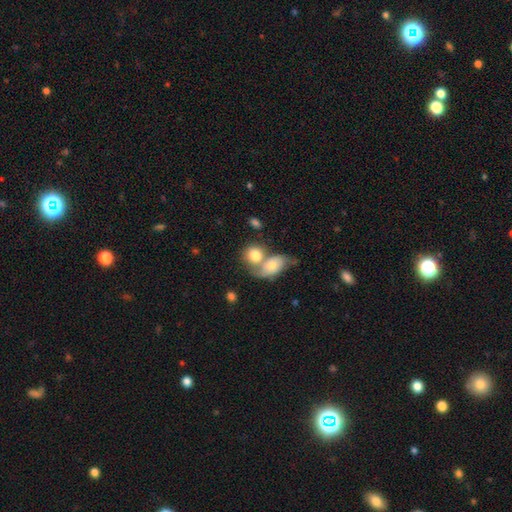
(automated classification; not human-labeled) A smooth galaxy with no disk features (74%) that is round (57%). Merging: merger (61%).